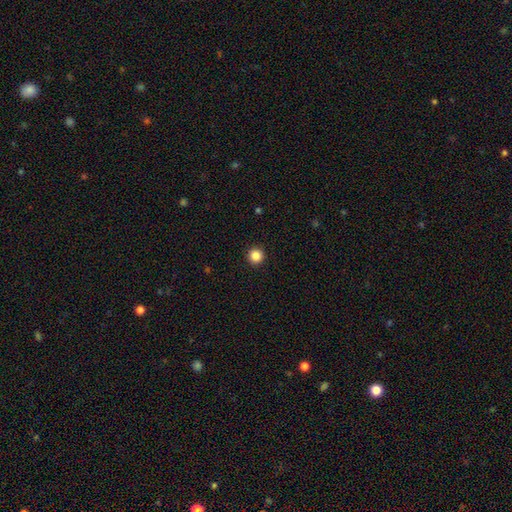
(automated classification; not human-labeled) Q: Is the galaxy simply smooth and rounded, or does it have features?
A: smooth — 85%.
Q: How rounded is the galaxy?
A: round — 96%.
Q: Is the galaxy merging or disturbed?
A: none — 94%.